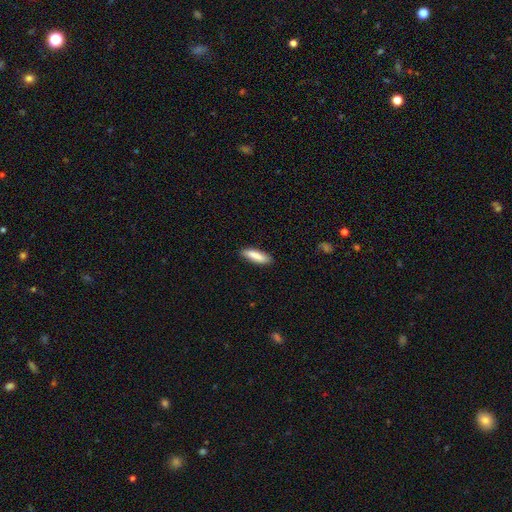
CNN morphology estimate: type=smooth (86%); roundness=cigar-shaped (58%); merging=none (86%).